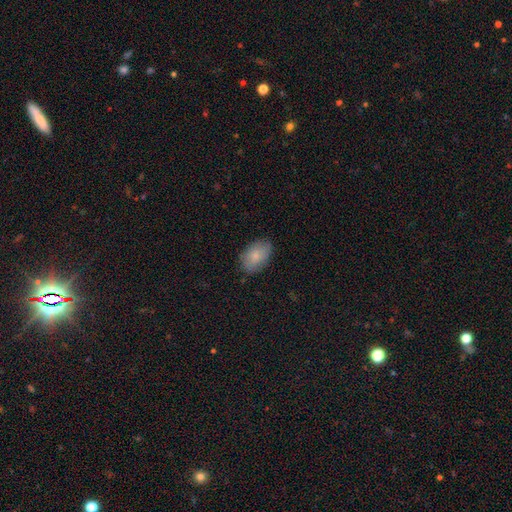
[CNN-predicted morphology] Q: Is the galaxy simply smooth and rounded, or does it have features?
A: smooth — 83%.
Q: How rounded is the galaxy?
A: in between — 90%.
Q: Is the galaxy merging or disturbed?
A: none — 82%.